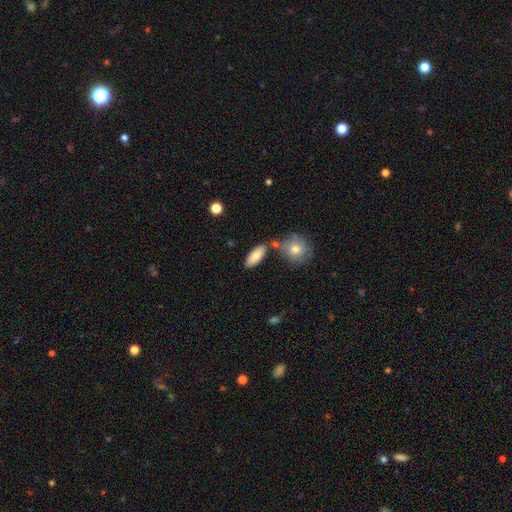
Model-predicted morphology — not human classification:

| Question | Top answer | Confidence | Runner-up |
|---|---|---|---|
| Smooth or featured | smooth | 82% | featured or disk (12%) |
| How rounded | in between | 81% | cigar-shaped (16%) |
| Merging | none | 72% | minor disturbance (13%) |